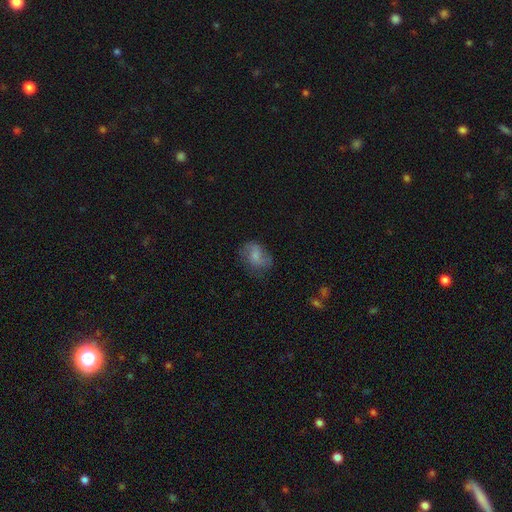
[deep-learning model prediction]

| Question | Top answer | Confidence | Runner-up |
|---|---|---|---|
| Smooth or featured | smooth | 63% | featured or disk (27%) |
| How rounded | in between | 72% | round (27%) |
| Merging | none | 53% | minor disturbance (28%) |